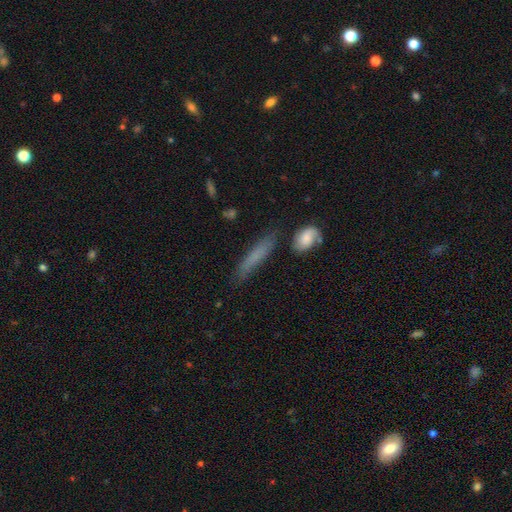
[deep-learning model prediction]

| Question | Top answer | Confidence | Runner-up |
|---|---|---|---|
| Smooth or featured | smooth | 66% | featured or disk (24%) |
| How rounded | cigar-shaped | 86% | in between (11%) |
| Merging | none | 71% | minor disturbance (18%) |